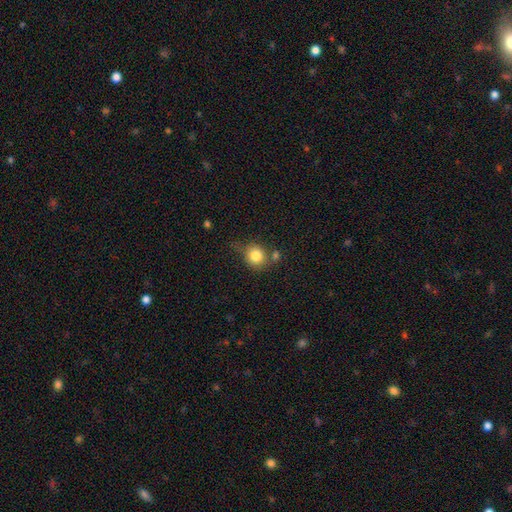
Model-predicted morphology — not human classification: Overall: smooth (81%). How rounded: round (81%). Merging: none (57%; minor disturbance 21%).